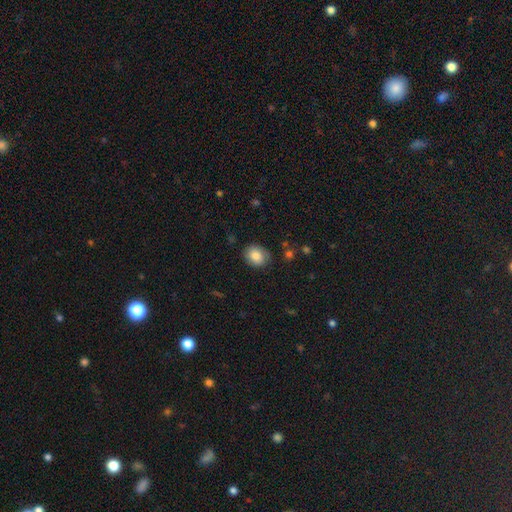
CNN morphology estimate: smooth_or_featured: smooth (p=0.83) [alt: featured or disk p=0.09]
how_rounded: round (p=0.53) [alt: in between p=0.46]
merging: none (p=0.83) [alt: minor disturbance p=0.13]